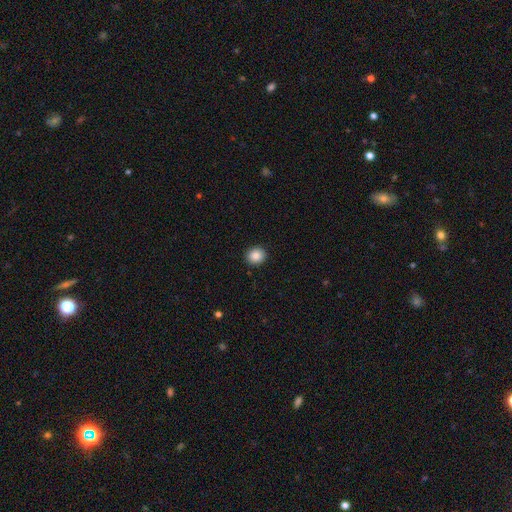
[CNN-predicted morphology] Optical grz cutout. It shows a smooth galaxy with no disk features (86%) that is round (84%). Merging: none (92%).